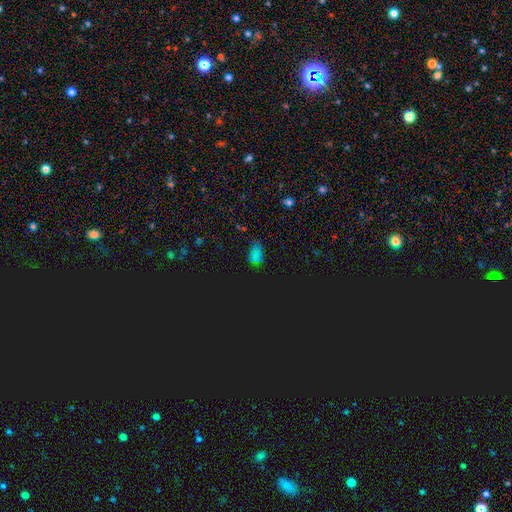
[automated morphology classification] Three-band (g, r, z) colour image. It shows a smooth galaxy with no disk features (57%) that is in between round and cigar-shaped (85%). Merging: none (62%).